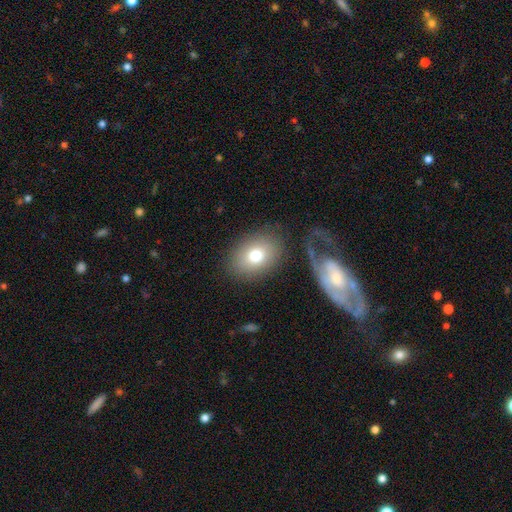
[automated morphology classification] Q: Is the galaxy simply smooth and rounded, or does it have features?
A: smooth — 75%.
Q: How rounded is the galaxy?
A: in between — 71%.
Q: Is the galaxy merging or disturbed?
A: none — 81%.